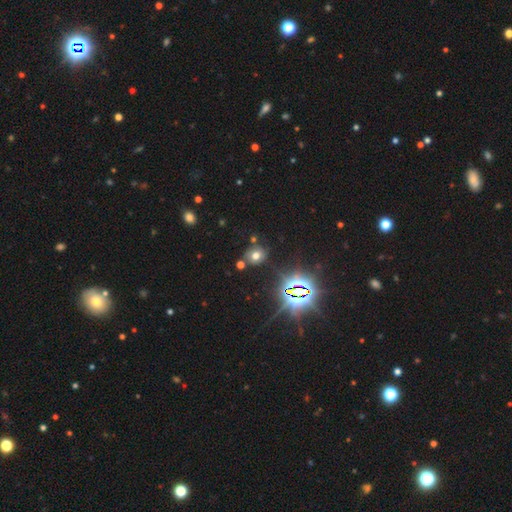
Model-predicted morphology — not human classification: smooth 56%, star or artifact 31%, featured or disk 12%. Down the decision tree: how rounded — round (66%); merging — none (74%).